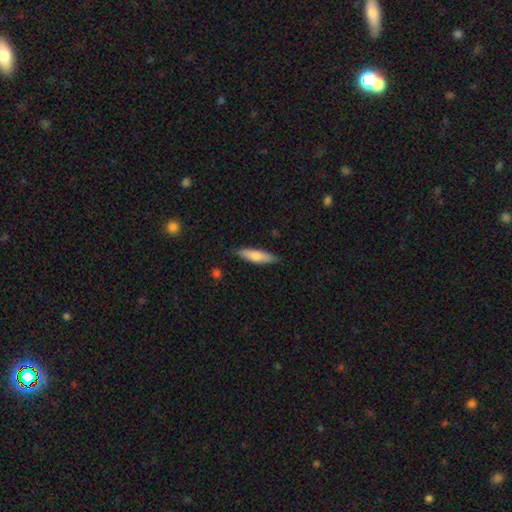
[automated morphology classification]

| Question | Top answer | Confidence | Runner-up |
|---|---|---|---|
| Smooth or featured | smooth | 69% | featured or disk (25%) |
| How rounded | cigar-shaped | 71% | in between (28%) |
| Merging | none | 86% | minor disturbance (10%) |